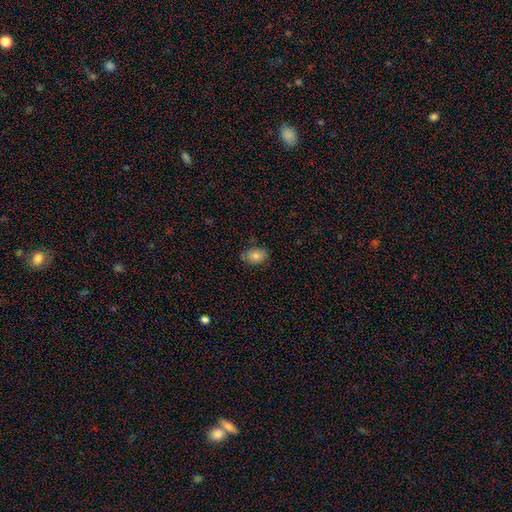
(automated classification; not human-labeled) A smooth galaxy with no disk features (79%) that is in between round and cigar-shaped (77%). Merging: none (76%).